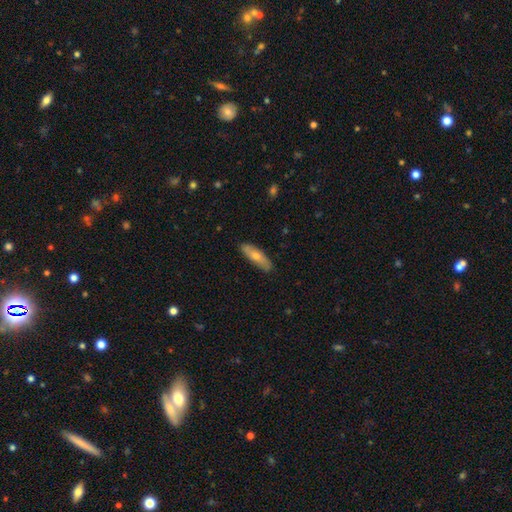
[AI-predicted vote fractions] smooth 57%, featured or disk 36%, star or artifact 7%. Down the decision tree: how rounded — cigar-shaped (64%); merging — none (87%).